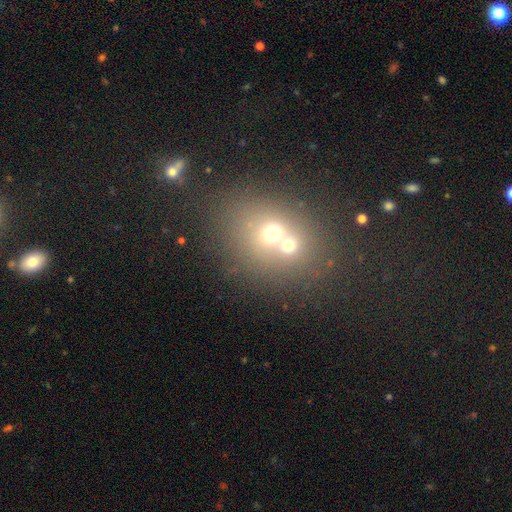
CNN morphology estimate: Smooth or featured: smooth — 56% (featured or disk — 24%)
How rounded: round — 64% (in between — 35%)
Merging: merger — 55% (none — 33%)